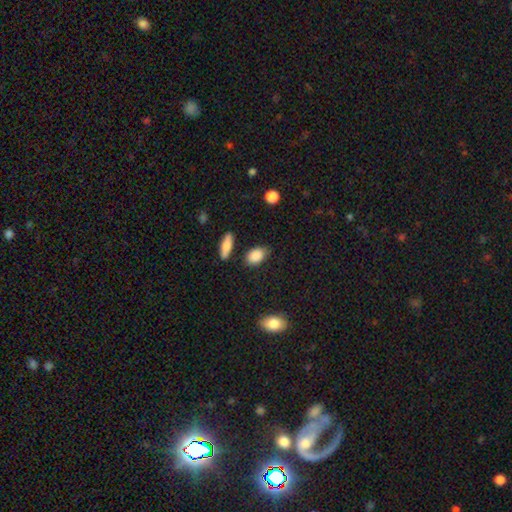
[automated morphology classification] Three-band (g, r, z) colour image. It shows a smooth galaxy with no disk features (87%) that is in between round and cigar-shaped (81%). Merging: none (76%).